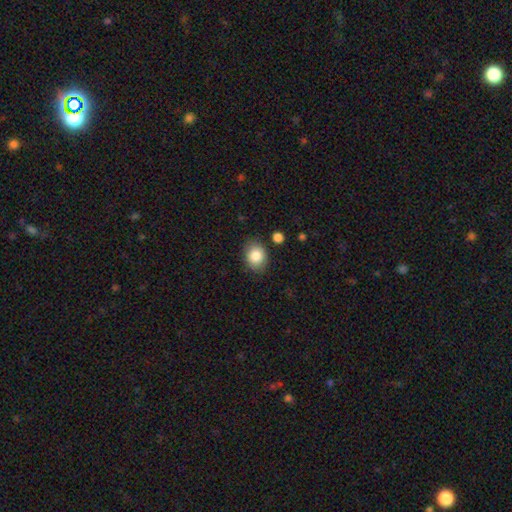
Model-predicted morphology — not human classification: smooth-or-featured: smooth: 85% | star or artifact: 8% | featured or disk: 7%
  how-rounded: round: 51% | in between: 48% | cigar-shaped: 1%
  merging: none: 84% | minor disturbance: 11% | merger: 3% | major disturbance: 3%